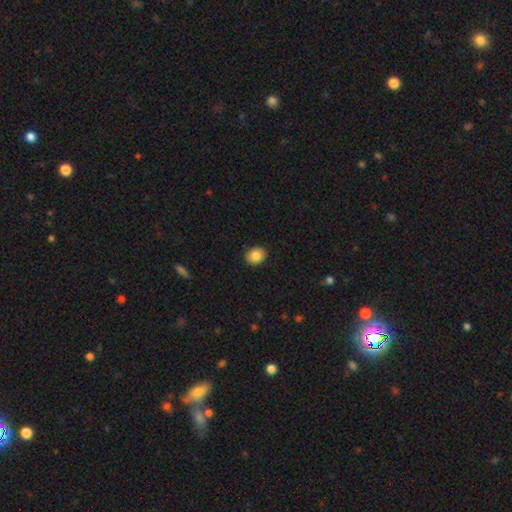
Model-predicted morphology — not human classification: The model was most divided on "how rounded": round: 50%, in between: 49%, cigar-shaped: 1%. More confident: merging — none (91%); smooth or featured — smooth (86%).